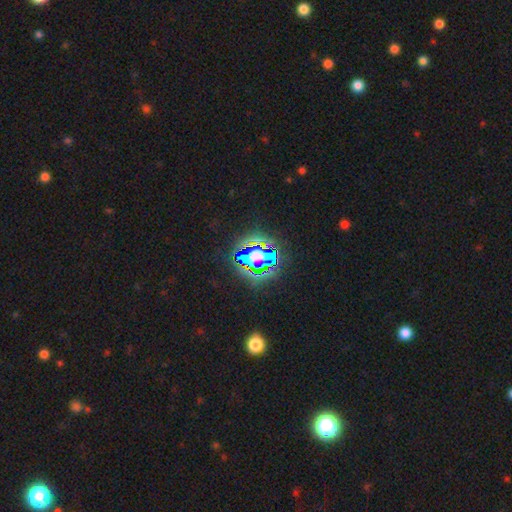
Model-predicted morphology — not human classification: This appears to be a star or artifact, not a galaxy (65%).